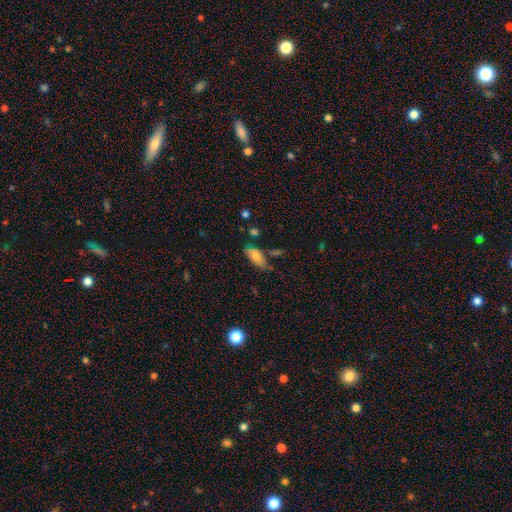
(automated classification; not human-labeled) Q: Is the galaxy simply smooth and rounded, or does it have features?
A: smooth — 76%.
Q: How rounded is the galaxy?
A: in between — 87%.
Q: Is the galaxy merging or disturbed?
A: none — 67%.